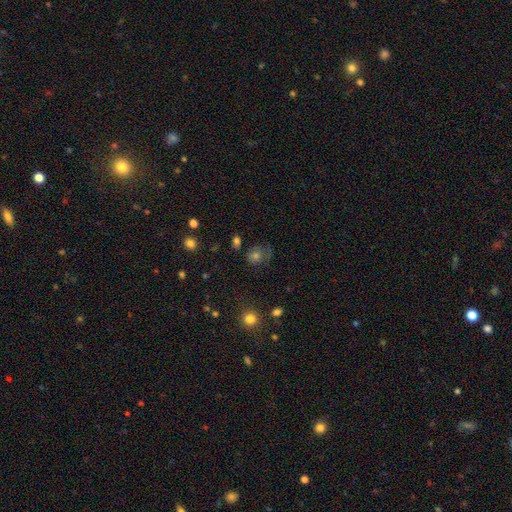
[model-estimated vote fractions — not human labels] smooth_or_featured: smooth (p=0.53) [alt: featured or disk p=0.24]
how_rounded: round (p=0.63) [alt: in between p=0.36]
merging: none (p=0.56) [alt: minor disturbance p=0.22]